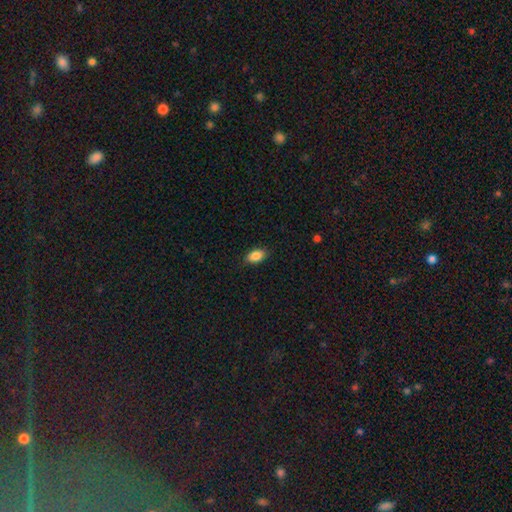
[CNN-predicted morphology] Smooth or featured? smooth (87%)
How rounded? in between (90%)
Merging? none (87%)